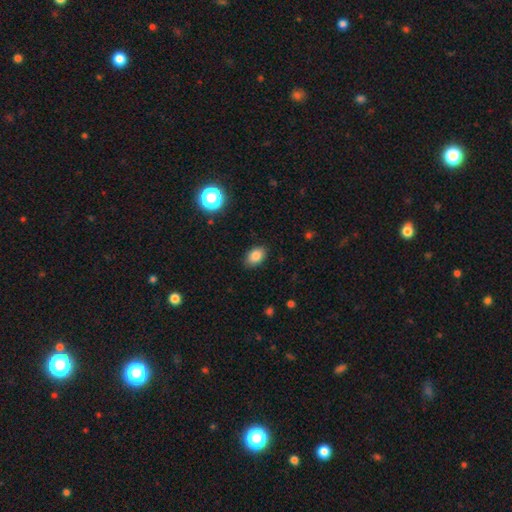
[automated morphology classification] Overall: smooth (85%). How rounded: in between (83%). Merging: none (86%).